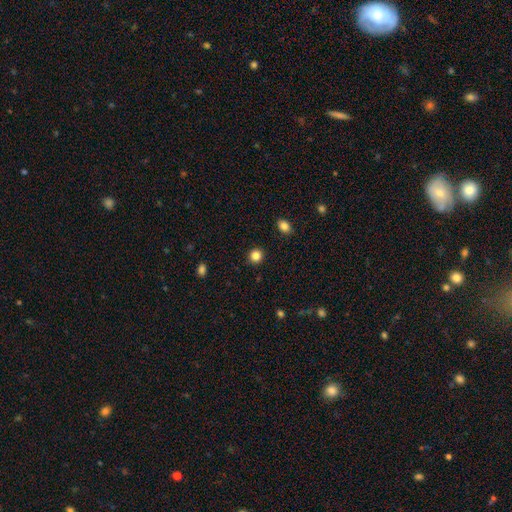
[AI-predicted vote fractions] Overall: smooth (85%). How rounded: round (91%). Merging: none (92%).